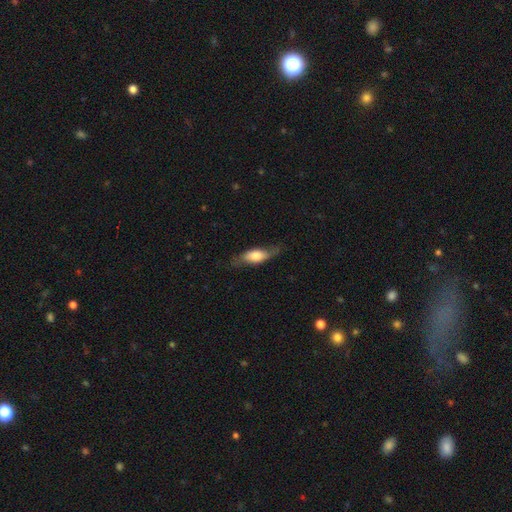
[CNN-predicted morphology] Overall: smooth (57%; featured or disk 37%). How rounded: in between (68%; cigar-shaped 28%). Merging: none (67%).